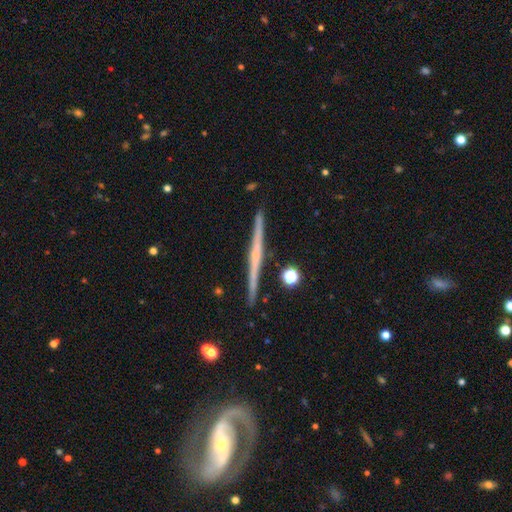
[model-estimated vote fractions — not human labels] featured or disk 73%, smooth 21%, star or artifact 6%. Down the decision tree: edge-on disk — yes (98%); edge-on bulge — none (66%); merging — none (92%).